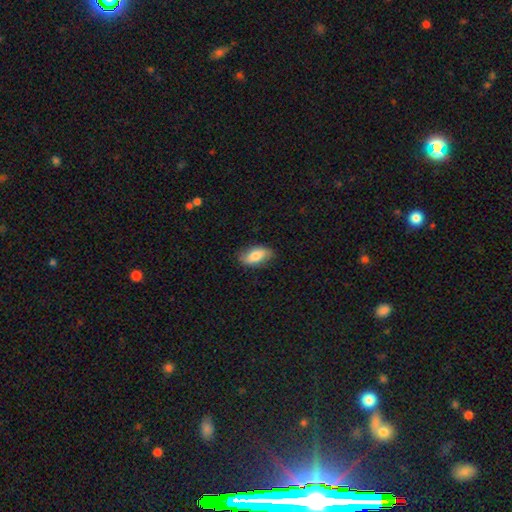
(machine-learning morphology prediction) smooth-or-featured: smooth: 75% | featured or disk: 18% | star or artifact: 6%
  how-rounded: in between: 90% | cigar-shaped: 6% | round: 4%
  merging: none: 78% | minor disturbance: 17% | major disturbance: 3% | merger: 1%